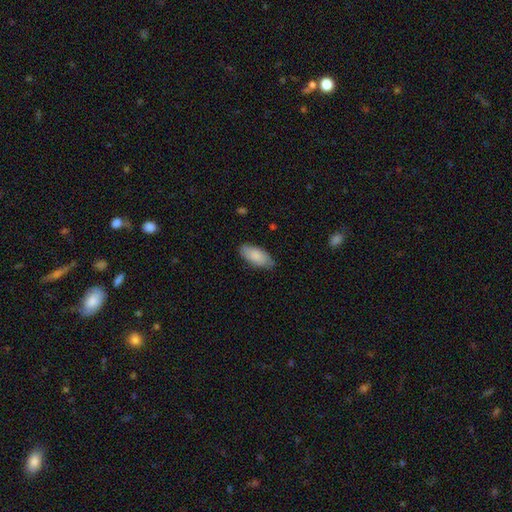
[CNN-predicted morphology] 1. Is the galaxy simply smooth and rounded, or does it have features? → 85% smooth, 9% featured or disk, 6% star or artifact.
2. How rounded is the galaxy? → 90% in between, 9% cigar-shaped, 2% round.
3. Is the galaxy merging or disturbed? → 78% none, 18% minor disturbance, 3% major disturbance, 1% merger.